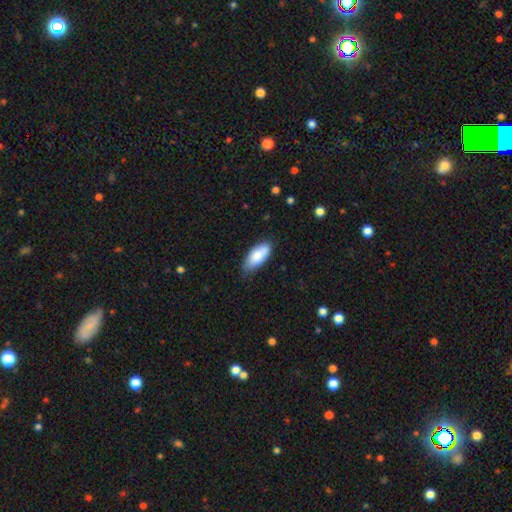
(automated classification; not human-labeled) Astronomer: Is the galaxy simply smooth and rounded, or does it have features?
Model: smooth — 82%.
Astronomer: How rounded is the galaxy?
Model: in between — 85%.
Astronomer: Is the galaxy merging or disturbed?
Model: none — 72%.